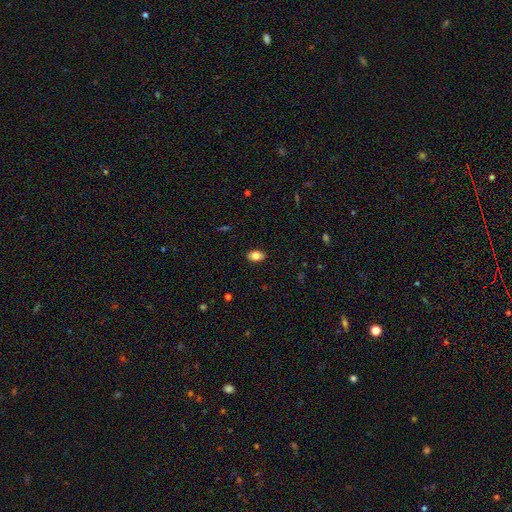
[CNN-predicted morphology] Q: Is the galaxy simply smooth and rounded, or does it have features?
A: smooth — 83%.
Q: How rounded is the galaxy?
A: in between — 90%.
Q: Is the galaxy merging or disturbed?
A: none — 89%.